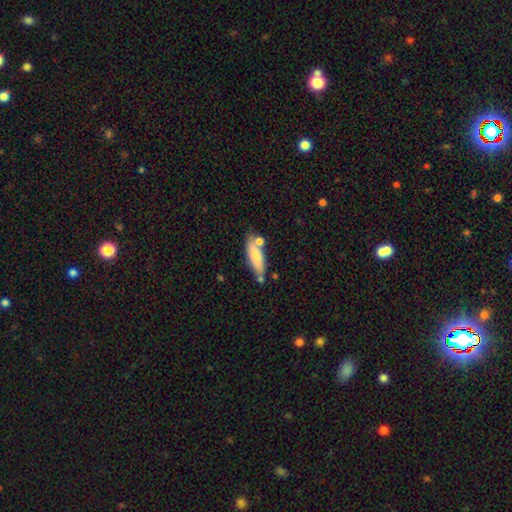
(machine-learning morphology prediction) Smooth or featured? smooth (76%)
How rounded? in between (49%, tied with cigar-shaped)
Merging? none (61%)